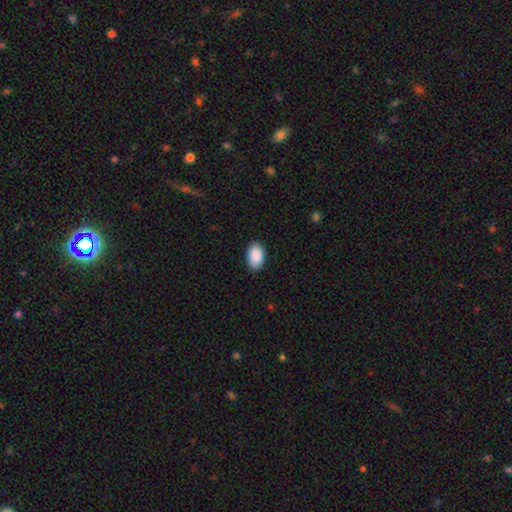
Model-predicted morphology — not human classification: smooth-or-featured: smooth: 91% | star or artifact: 6% | featured or disk: 3%
  how-rounded: in between: 93% | round: 6% | cigar-shaped: 1%
  merging: none: 88% | minor disturbance: 9% | major disturbance: 2% | merger: 1%